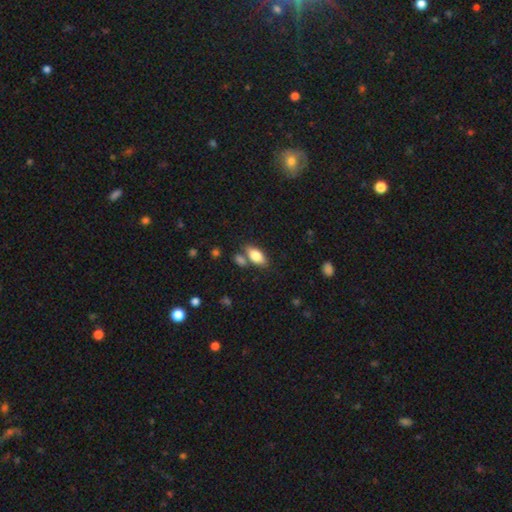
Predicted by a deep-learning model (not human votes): Smooth or featured?
  - smooth: 79% *
  - featured or disk: 14%
  - star or artifact: 7%
How rounded?
  - in between: 87% *
  - cigar-shaped: 9%
  - round: 4%
Merging?
  - none: 66% *
  - merger: 16%
  - minor disturbance: 13%
  - major disturbance: 4%